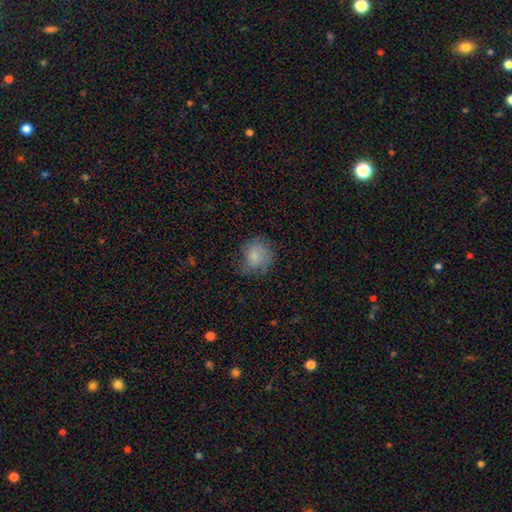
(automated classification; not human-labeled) Smooth or featured?
  - smooth: 79% *
  - featured or disk: 12%
  - star or artifact: 9%
How rounded?
  - round: 78% *
  - in between: 21%
  - cigar-shaped: 1%
Merging?
  - none: 61% *
  - minor disturbance: 26%
  - major disturbance: 12%
  - merger: 1%